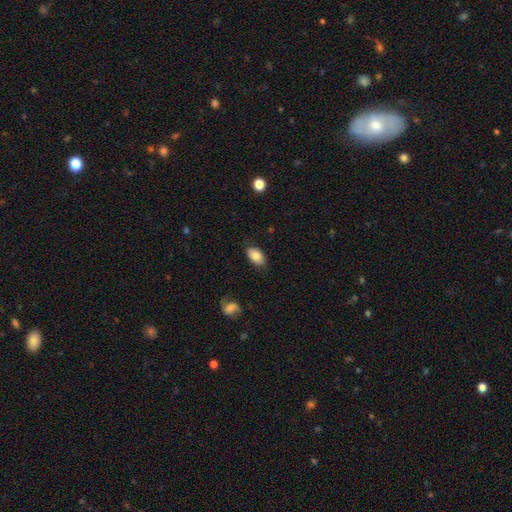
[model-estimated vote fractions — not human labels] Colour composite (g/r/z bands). It shows a smooth galaxy with no disk features (83%) that is in between round and cigar-shaped (92%). Merging: none (80%).